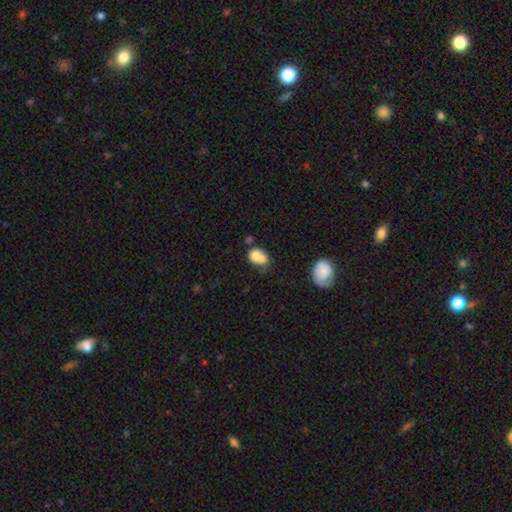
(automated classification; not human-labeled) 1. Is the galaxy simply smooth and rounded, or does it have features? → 72% smooth, 18% featured or disk, 9% star or artifact.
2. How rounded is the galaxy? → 50% in between, 49% round, 1% cigar-shaped.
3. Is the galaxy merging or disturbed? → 53% merger, 26% none, 13% minor disturbance, 8% major disturbance.